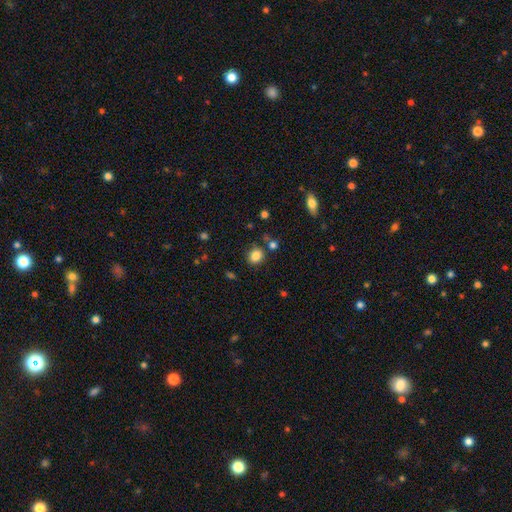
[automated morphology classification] The model was most divided on "how rounded": round: 77%, in between: 22%, cigar-shaped: 1%. More confident: smooth or featured — smooth (84%); merging — none (78%).